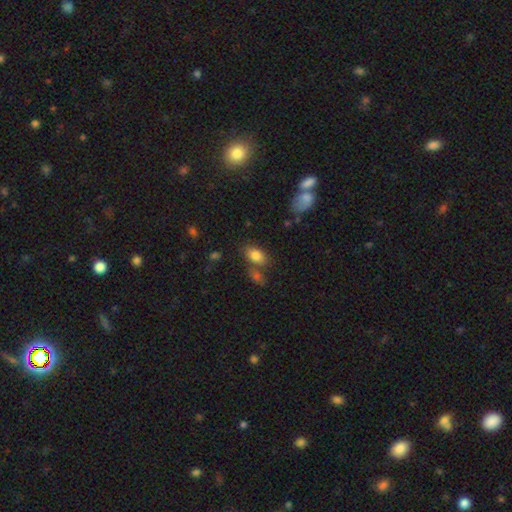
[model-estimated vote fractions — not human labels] smooth-or-featured: smooth: 81% | featured or disk: 10% | star or artifact: 9%
  how-rounded: in between: 89% | round: 8% | cigar-shaped: 3%
  merging: none: 60% | merger: 20% | minor disturbance: 15% | major disturbance: 5%